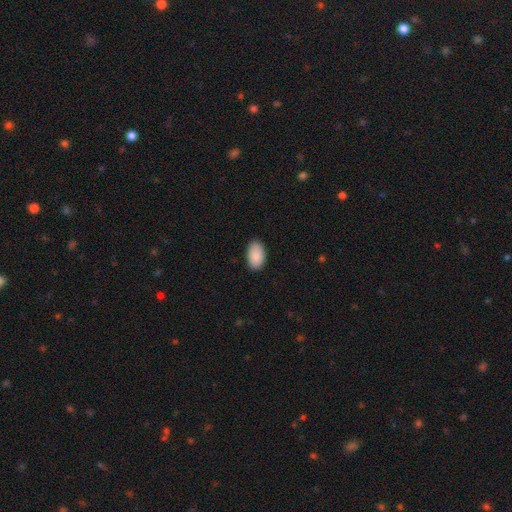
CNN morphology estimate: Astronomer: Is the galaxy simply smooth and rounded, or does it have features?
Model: smooth — 90%.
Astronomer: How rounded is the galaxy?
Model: in between — 94%.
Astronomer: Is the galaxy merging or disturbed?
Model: none — 87%.